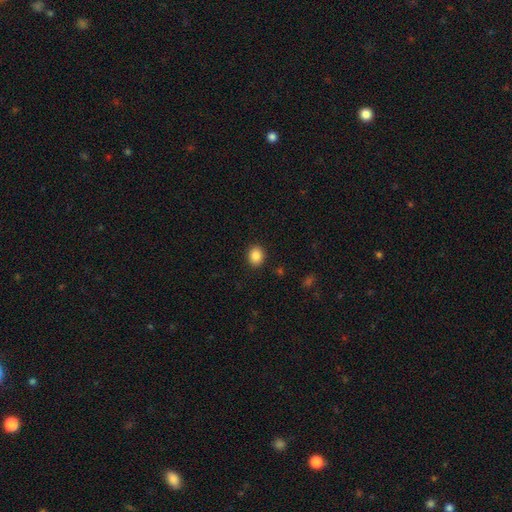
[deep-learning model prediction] smooth_or_featured: smooth (p=0.87) [alt: star or artifact p=0.09]
how_rounded: round (p=0.60) [alt: in between p=0.39]
merging: none (p=0.90) [alt: minor disturbance p=0.06]